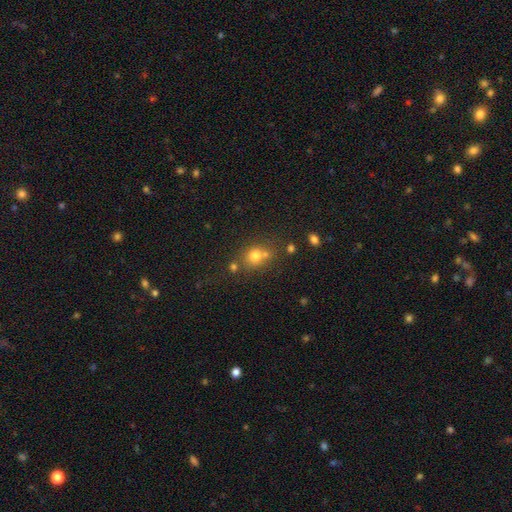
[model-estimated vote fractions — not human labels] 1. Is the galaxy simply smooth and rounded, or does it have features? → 68% smooth, 20% star or artifact, 12% featured or disk.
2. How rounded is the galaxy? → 77% round, 22% in between, 1% cigar-shaped.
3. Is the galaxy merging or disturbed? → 52% none, 32% merger, 11% minor disturbance, 5% major disturbance.